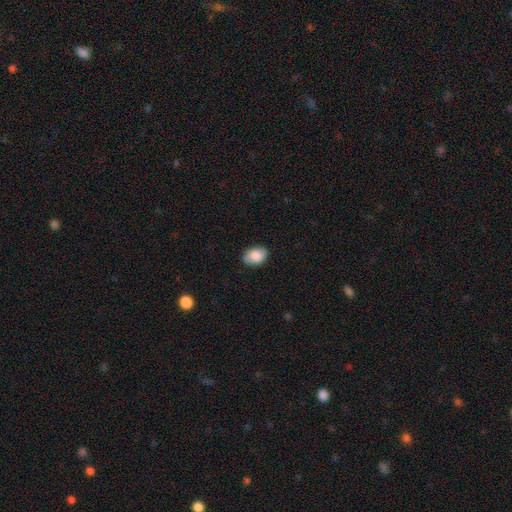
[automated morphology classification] This is clearly a smooth galaxy (84%). How rounded: clearly in between (81%). Merging: clearly none (84%).